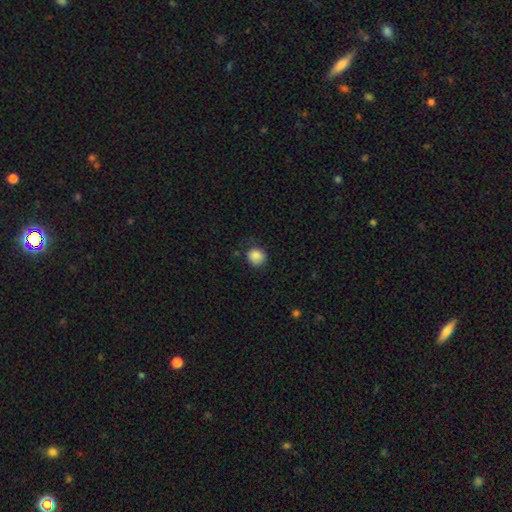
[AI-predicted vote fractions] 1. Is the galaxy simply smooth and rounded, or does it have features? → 86% smooth, 9% star or artifact, 5% featured or disk.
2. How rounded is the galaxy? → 81% round, 18% in between, 1% cigar-shaped.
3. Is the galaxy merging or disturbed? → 69% none, 23% minor disturbance, 7% major disturbance, 2% merger.